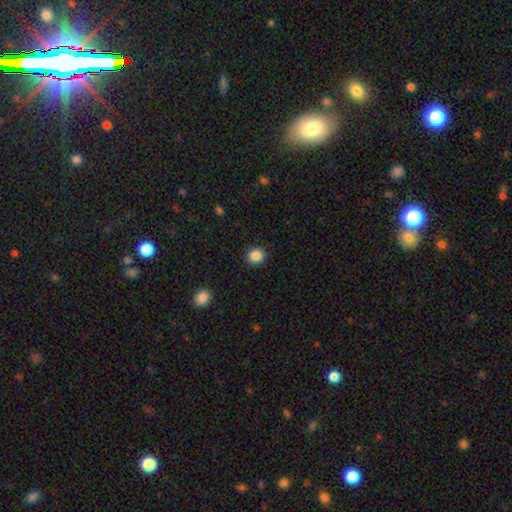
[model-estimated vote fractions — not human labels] Morphology: type=smooth (87%); roundness=round (87%); merging=none (92%).